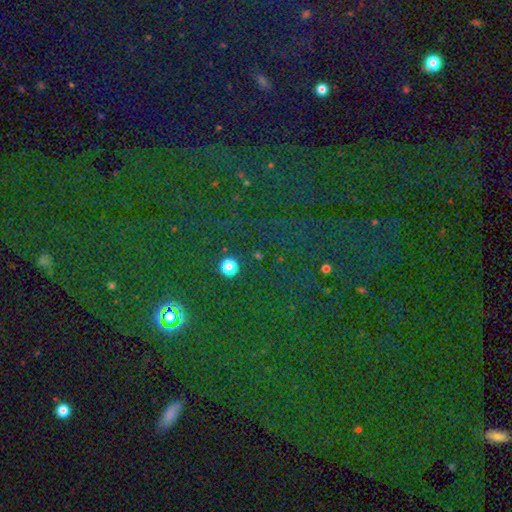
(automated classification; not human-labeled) Overall: star or artifact (82%).